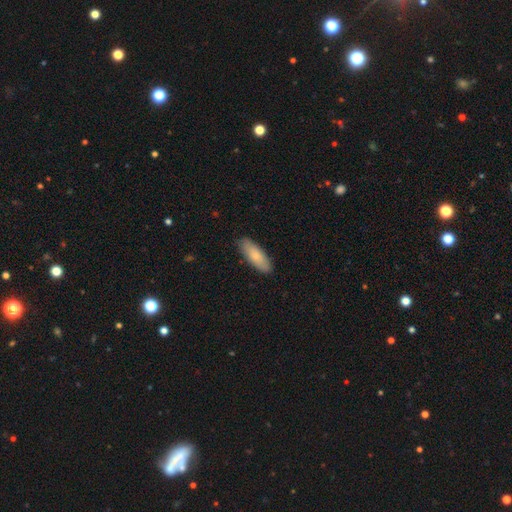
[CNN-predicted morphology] smooth 79%, featured or disk 16%, star or artifact 5%. Down the decision tree: how rounded — in between (66%); merging — none (86%).